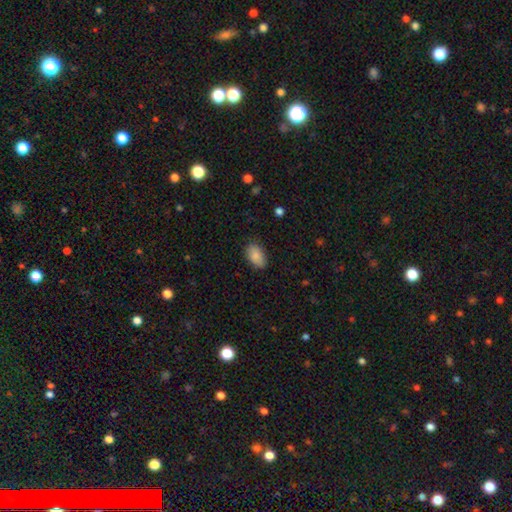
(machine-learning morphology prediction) A smooth galaxy with no disk features (86%) that is in between round and cigar-shaped (92%). Merging: none (83%).